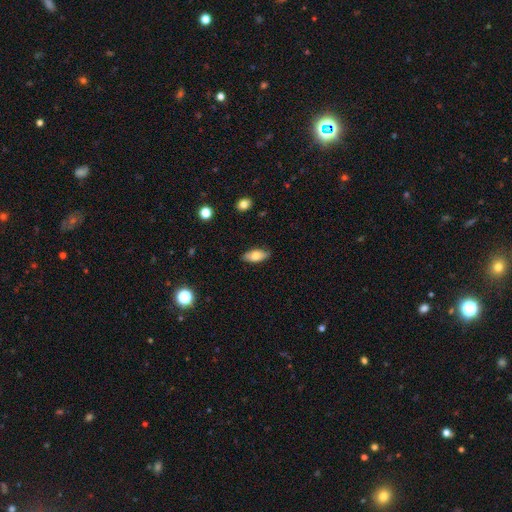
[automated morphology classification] Overall: smooth (74%). How rounded: in between (88%). Merging: none (83%).